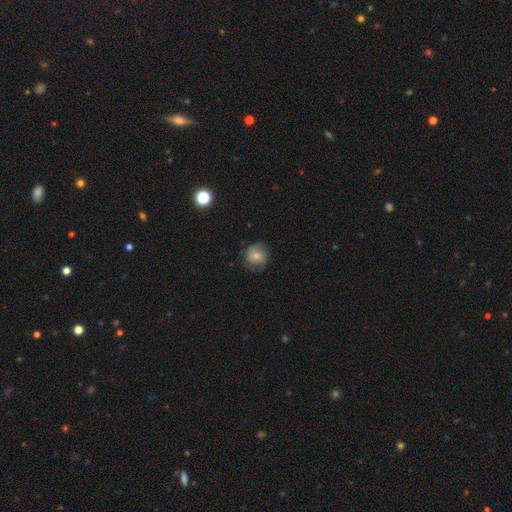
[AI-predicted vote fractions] Smooth or featured? Predicted: smooth (p=0.58). How rounded? Predicted: round (p=0.82). Merging? Predicted: none (p=0.75).